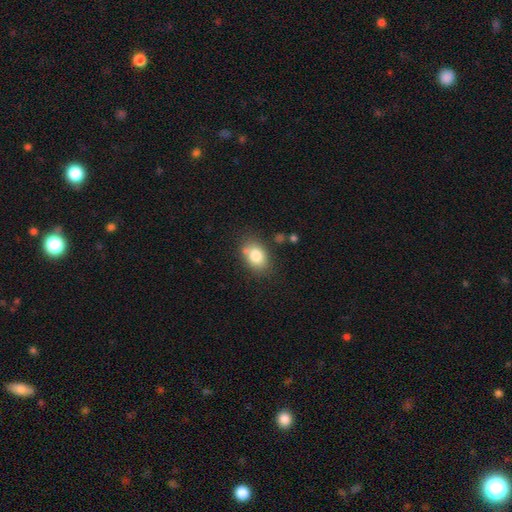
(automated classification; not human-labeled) A smooth galaxy with no disk features (80%) that is in between round and cigar-shaped (76%). Merging: none (72%).